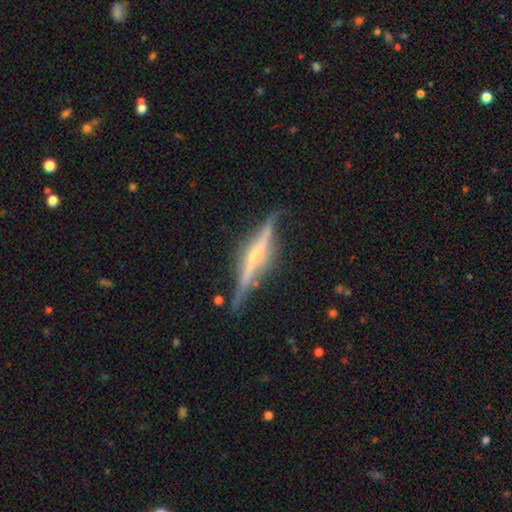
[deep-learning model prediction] A featured or disk galaxy (80%) viewed edge-on (96%) with a rounded central bulge (57%).

Vote fractions:
- Smooth or featured? featured or disk: 80% / smooth: 14% / star or artifact: 6%
- Edge-on disk? yes: 96% / no: 4%
- Edge-on bulge? rounded: 57% / none: 27% / boxy: 16%
- Merging? none: 80% / minor disturbance: 15% / major disturbance: 3% / merger: 2%